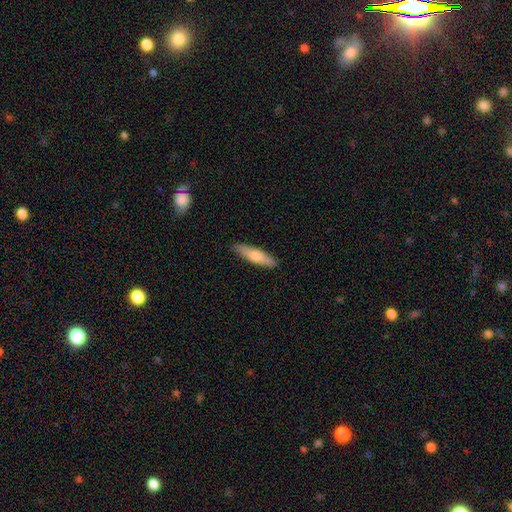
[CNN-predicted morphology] Smooth or featured: smooth — 68% (featured or disk — 26%)
How rounded: cigar-shaped — 71% (in between — 28%)
Merging: none — 89% (minor disturbance — 8%)